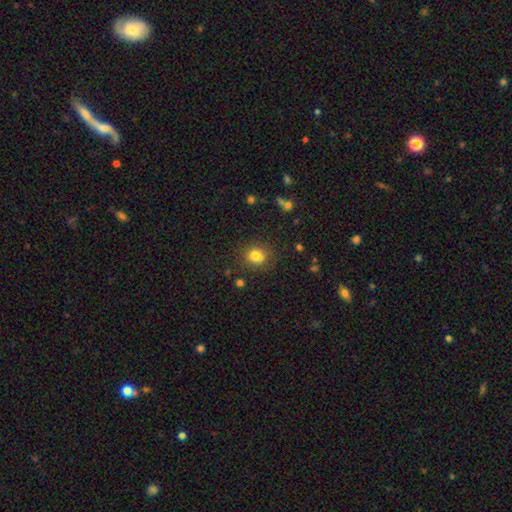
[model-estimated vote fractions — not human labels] smooth 76%, star or artifact 13%, featured or disk 11%. Down the decision tree: how rounded — round (70%); merging — none (60%).